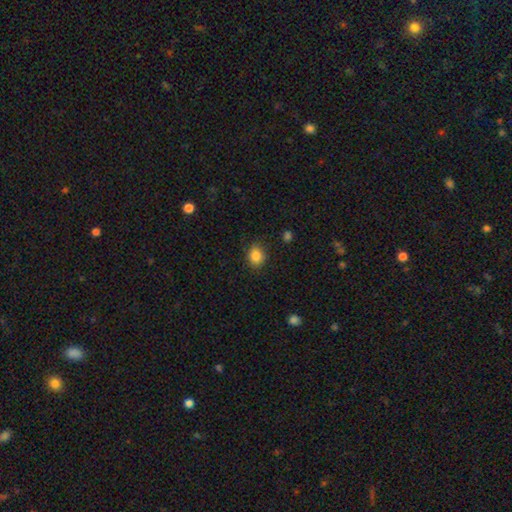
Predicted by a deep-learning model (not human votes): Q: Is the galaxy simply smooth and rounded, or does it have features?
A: smooth — 85%.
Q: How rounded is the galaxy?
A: round — 51%.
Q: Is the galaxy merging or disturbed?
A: none — 84%.